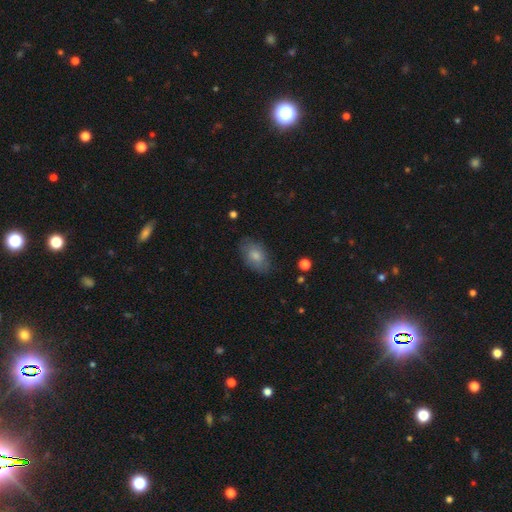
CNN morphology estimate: A smooth galaxy with no disk features (77%) that is in between round and cigar-shaped (90%). Merging: none (76%).